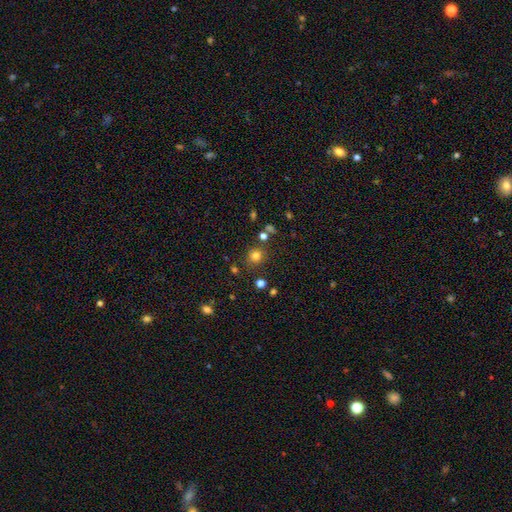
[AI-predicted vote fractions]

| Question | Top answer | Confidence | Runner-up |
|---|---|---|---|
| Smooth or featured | smooth | 77% | star or artifact (17%) |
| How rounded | round | 88% | in between (11%) |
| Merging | none | 82% | minor disturbance (9%) |